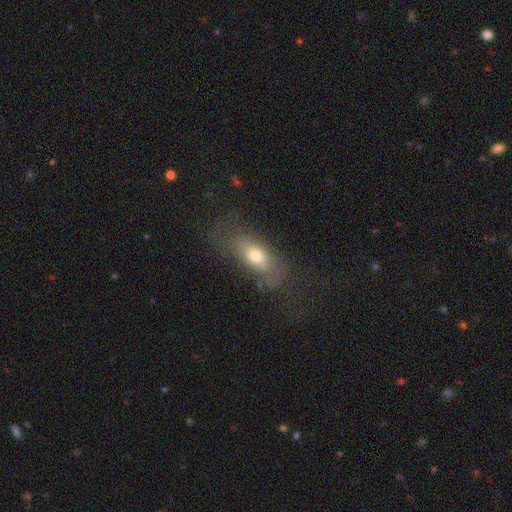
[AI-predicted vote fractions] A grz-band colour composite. It shows a smooth galaxy with no disk features (65%) that is in between round and cigar-shaped (76%). Merging: none (61%).